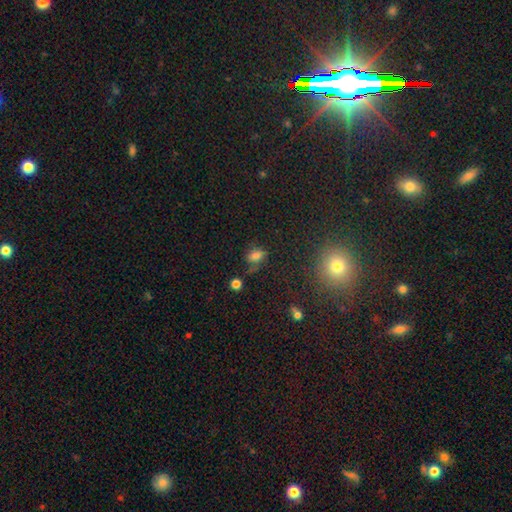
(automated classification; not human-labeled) smooth 68%, star or artifact 19%, featured or disk 14%. Down the decision tree: how rounded — in between (62%); merging — none (57%).